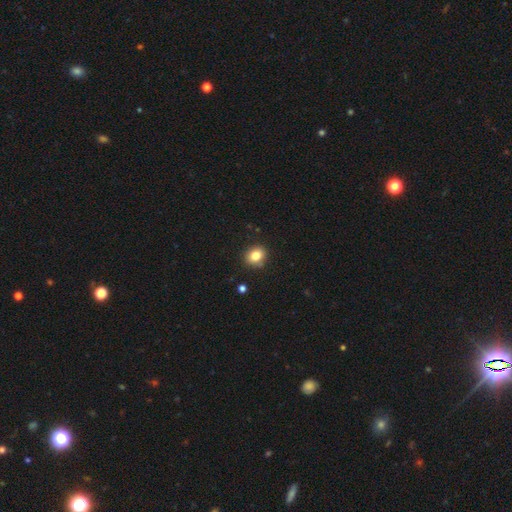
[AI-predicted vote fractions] A smooth galaxy with no disk features (83%) that is round (64%). Merging: none (86%).